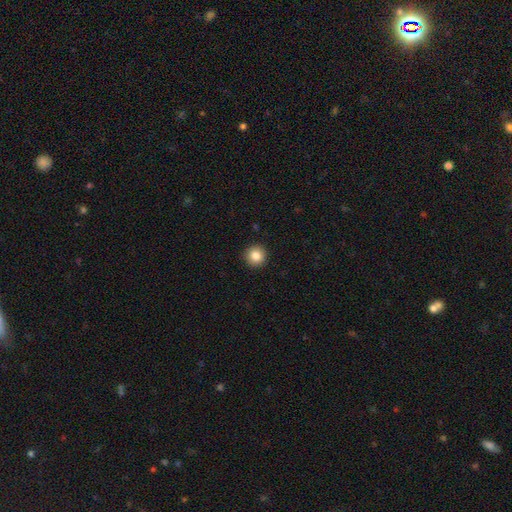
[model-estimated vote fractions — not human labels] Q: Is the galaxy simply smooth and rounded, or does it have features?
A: smooth — 85%.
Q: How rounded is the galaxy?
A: round — 95%.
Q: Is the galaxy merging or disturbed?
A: none — 93%.